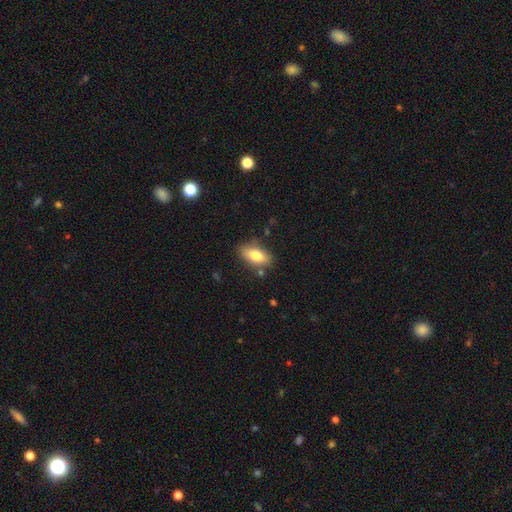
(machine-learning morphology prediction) Smooth or featured? Predicted: smooth (p=0.79). How rounded? Predicted: in between (p=0.87). Merging? Predicted: none (p=0.80).